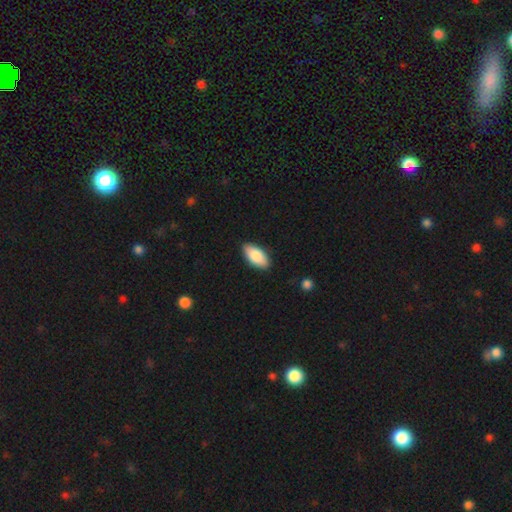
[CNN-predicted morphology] This appears to be a smooth galaxy with no disk features (85%) that is in between round and cigar-shaped (93%). Merging: none (88%).